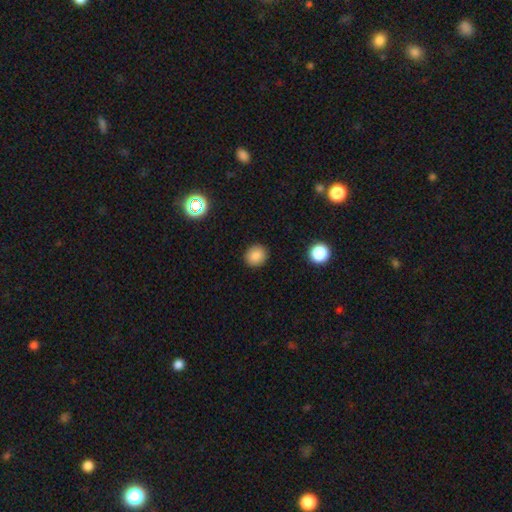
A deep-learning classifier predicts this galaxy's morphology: A smooth galaxy with no disk features (86%) that is round (85%). Merging: none (91%).